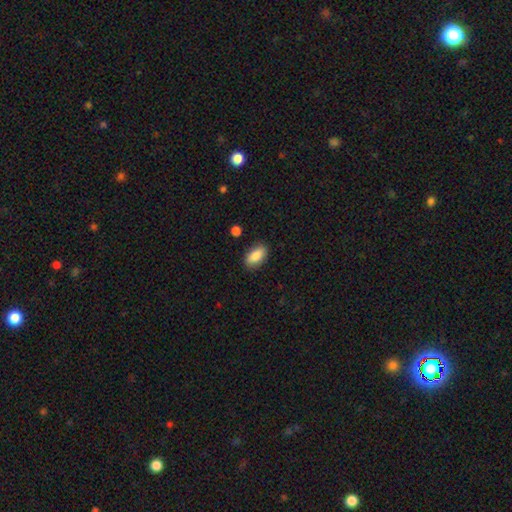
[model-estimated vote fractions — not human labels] Morphology: type=smooth (87%); roundness=in between (91%); merging=none (85%).